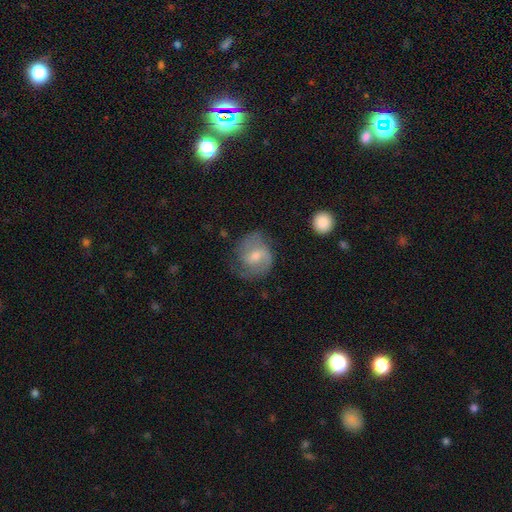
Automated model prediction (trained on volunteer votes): A featured or disk galaxy (67%) with a weak bar (55%), 2 (75%) medium (47%) spiral arms (89%) and a moderate central bulge (51%). Merging: none (64%).